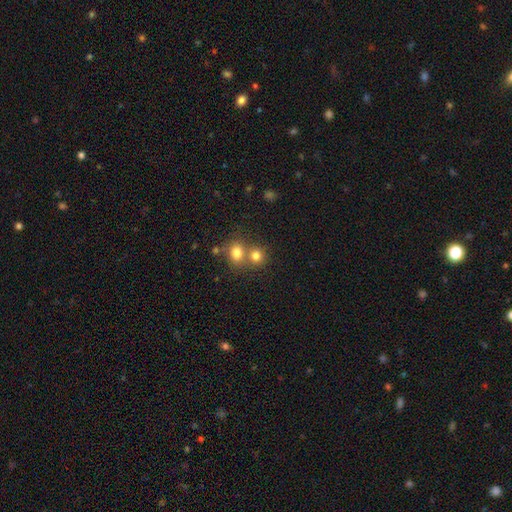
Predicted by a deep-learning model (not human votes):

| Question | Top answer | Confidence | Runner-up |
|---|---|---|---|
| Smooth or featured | smooth | 79% | star or artifact (12%) |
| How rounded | round | 81% | in between (18%) |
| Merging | merger | 46% | none (45%) |